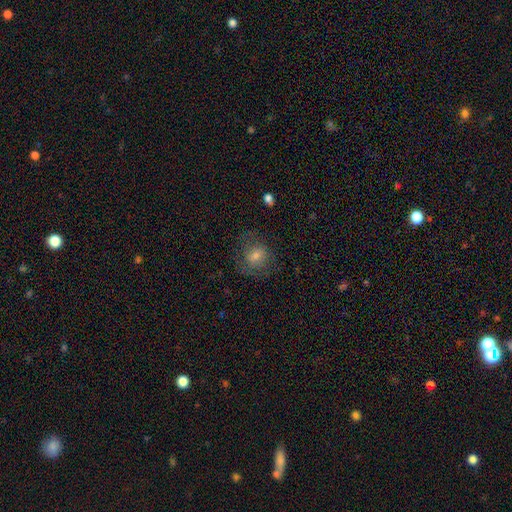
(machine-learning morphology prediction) Smooth or featured: smooth — 53% (featured or disk — 32%)
How rounded: round — 70% (in between — 29%)
Merging: none — 67% (minor disturbance — 18%)